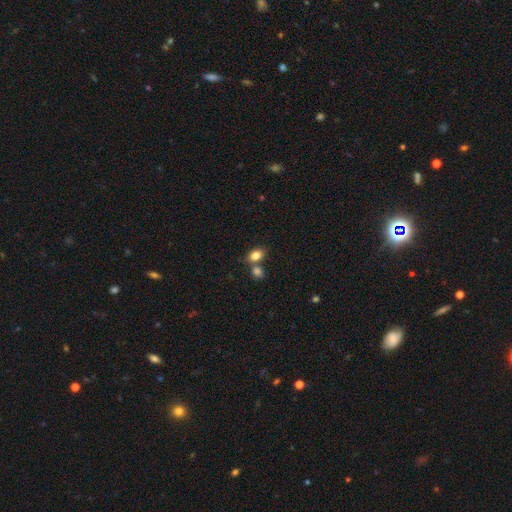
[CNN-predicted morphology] This appears to be a smooth galaxy with no disk features (82%) that is in between round and cigar-shaped (78%). Merging: none (52%).